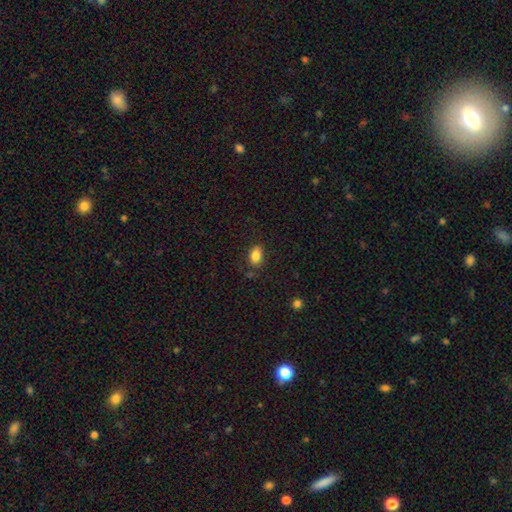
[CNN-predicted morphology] smooth 85%, star or artifact 9%, featured or disk 6%. Down the decision tree: how rounded — in between (82%); merging — none (80%).